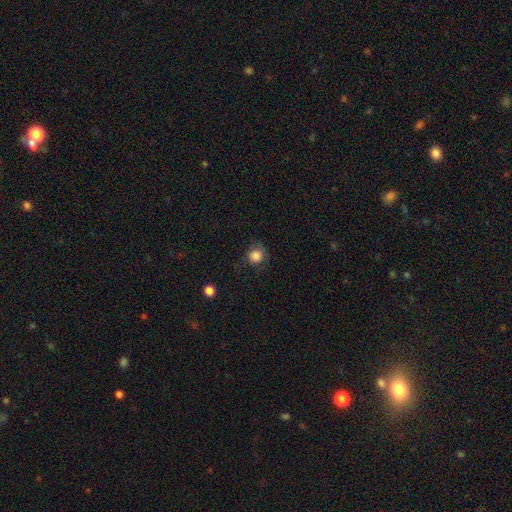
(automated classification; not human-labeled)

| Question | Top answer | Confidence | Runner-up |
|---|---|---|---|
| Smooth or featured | smooth | 84% | star or artifact (10%) |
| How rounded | round | 86% | in between (13%) |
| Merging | none | 66% | minor disturbance (22%) |